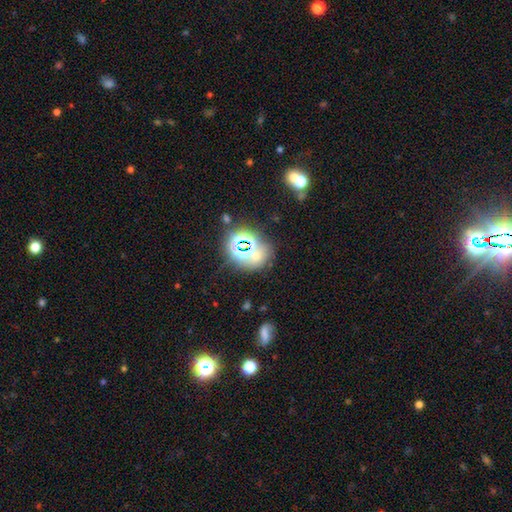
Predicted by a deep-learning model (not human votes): A star or artifact, not a galaxy (58%).